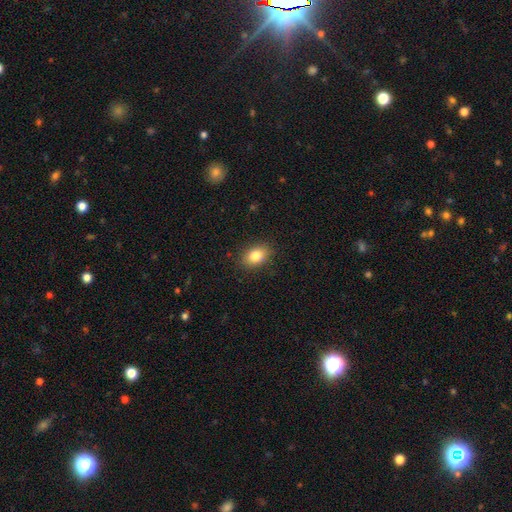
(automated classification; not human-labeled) A smooth galaxy with no disk features (83%) that is in between round and cigar-shaped (79%).

Vote fractions:
- Smooth or featured? smooth: 83% / star or artifact: 9% / featured or disk: 8%
- How rounded? in between: 79% / round: 20% / cigar-shaped: 1%
- Merging? none: 87% / minor disturbance: 9% / major disturbance: 2% / merger: 1%